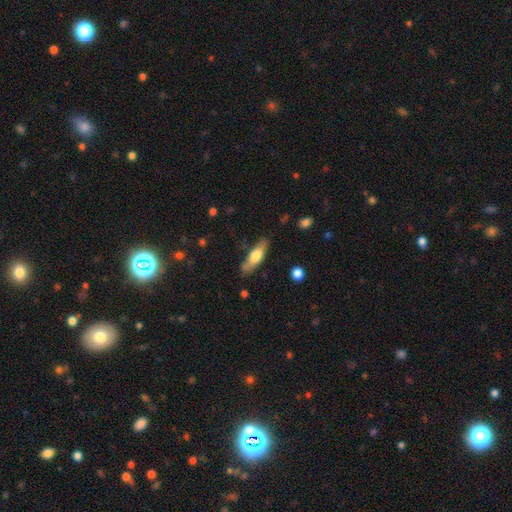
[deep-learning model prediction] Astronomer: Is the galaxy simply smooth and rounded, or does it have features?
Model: smooth — 62%.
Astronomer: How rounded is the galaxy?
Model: cigar-shaped — 50% (runner-up: in between, 47%).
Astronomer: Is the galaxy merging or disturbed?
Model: none — 80%.